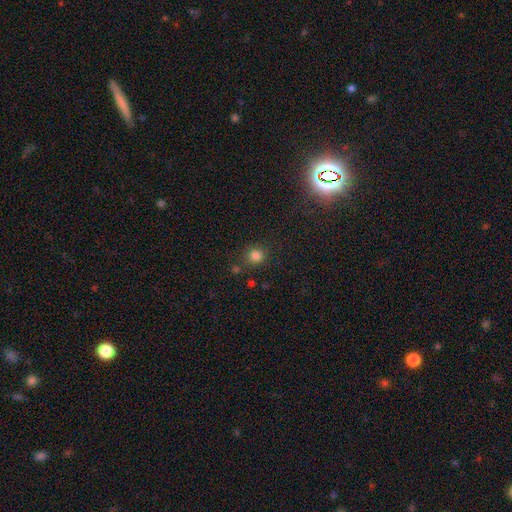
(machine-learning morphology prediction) Q: Smooth or featured?
A: smooth (81%); runner-up: star or artifact (14%)
Q: How rounded?
A: round (89%); runner-up: in between (10%)
Q: Merging?
A: none (79%); runner-up: minor disturbance (10%)